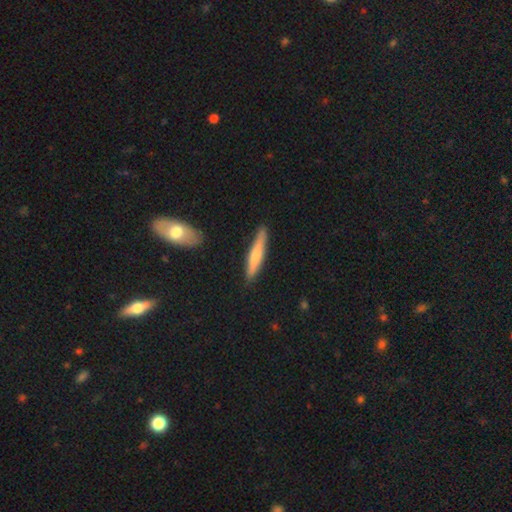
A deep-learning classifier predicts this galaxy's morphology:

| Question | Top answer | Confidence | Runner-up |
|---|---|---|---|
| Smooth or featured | smooth | 60% | featured or disk (35%) |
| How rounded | cigar-shaped | 92% | in between (6%) |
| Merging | none | 88% | minor disturbance (9%) |